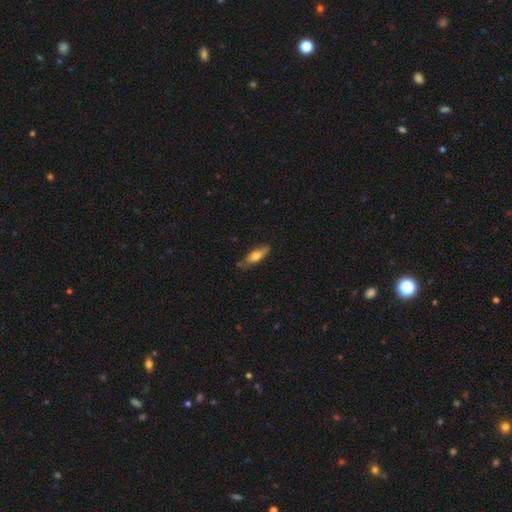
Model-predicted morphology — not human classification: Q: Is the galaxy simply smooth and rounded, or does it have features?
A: smooth — 63%.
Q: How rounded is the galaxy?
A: in between — 50%.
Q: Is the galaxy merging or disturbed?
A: none — 77%.